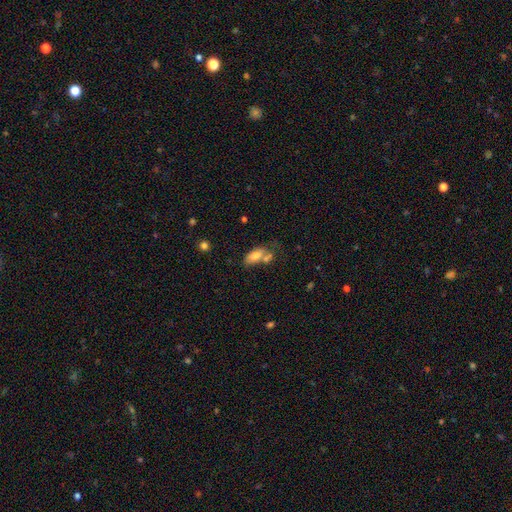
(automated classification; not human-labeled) Overall: smooth (73%). How rounded: in between (86%). Merging: merger (38%; none 34%).